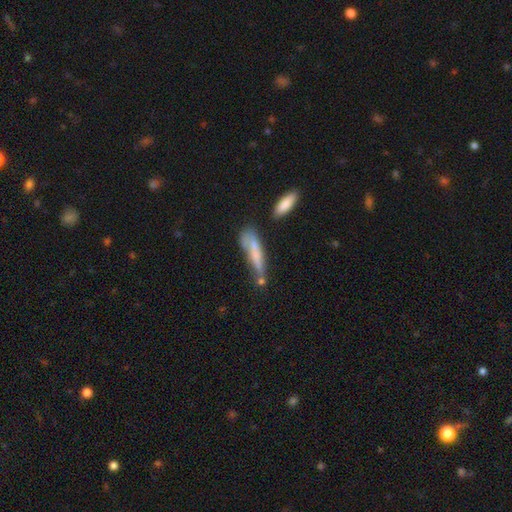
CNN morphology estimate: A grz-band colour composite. It shows a smooth galaxy with no disk features (59%) that is cigar-shaped (78%). Merging: none (43%).